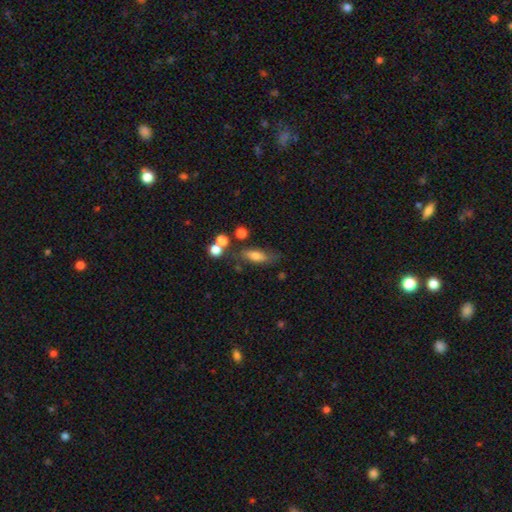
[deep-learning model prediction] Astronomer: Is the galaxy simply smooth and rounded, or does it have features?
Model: smooth — 70%.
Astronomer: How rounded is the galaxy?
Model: in between — 65%.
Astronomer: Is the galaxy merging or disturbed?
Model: none — 62%.